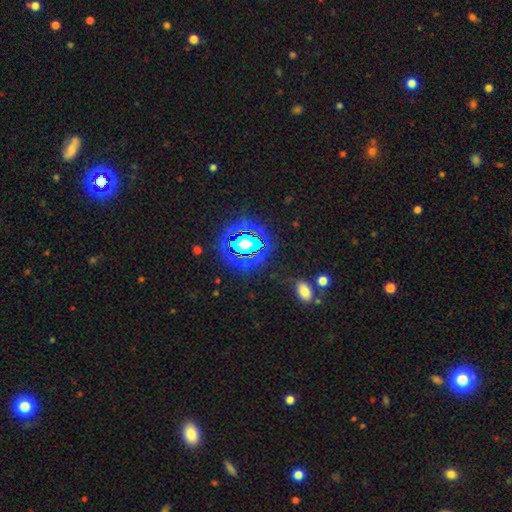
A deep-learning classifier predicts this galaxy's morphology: The model was most divided on "smooth or featured": star or artifact: 79%, smooth: 13%, featured or disk: 8%.